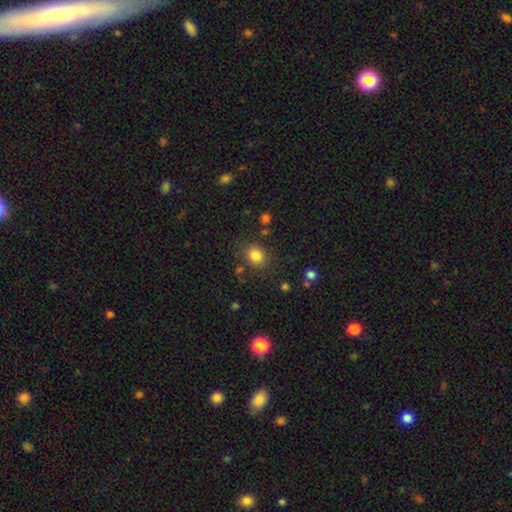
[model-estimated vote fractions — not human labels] smooth 82%, star or artifact 12%, featured or disk 6%. Down the decision tree: how rounded — round (67%); merging — none (80%).